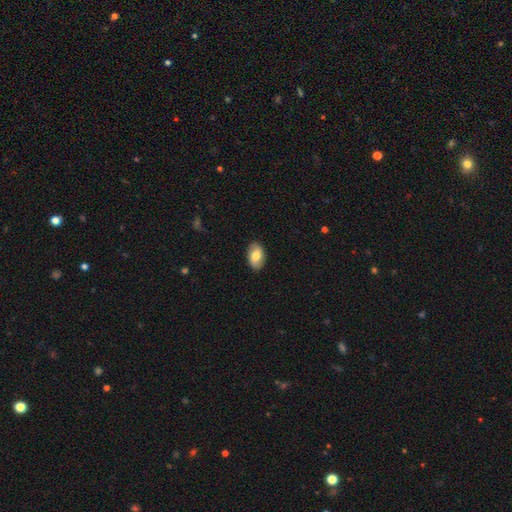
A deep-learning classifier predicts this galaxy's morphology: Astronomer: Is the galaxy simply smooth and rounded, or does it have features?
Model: smooth — 70%.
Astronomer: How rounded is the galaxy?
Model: in between — 92%.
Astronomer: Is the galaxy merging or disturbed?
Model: none — 86%.